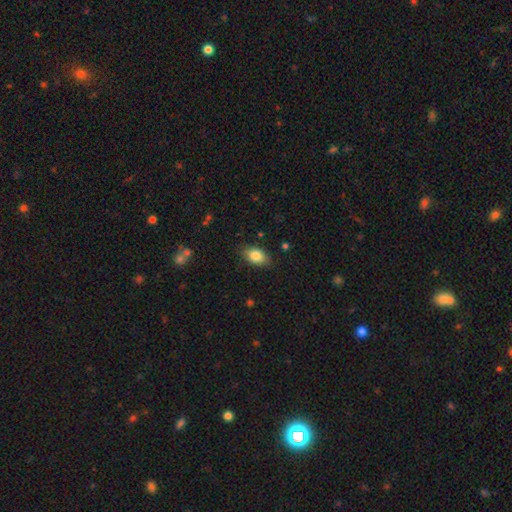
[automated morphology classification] A smooth galaxy with no disk features (83%) that is in between round and cigar-shaped (87%).

Vote fractions:
- Smooth or featured? smooth: 83% / featured or disk: 9% / star or artifact: 8%
- How rounded? in between: 87% / round: 10% / cigar-shaped: 2%
- Merging? none: 82% / minor disturbance: 14% / major disturbance: 3% / merger: 1%